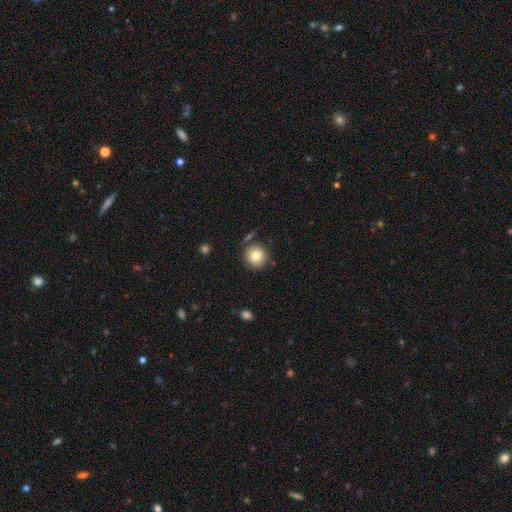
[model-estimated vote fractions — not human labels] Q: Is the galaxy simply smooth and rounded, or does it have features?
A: smooth — 81%.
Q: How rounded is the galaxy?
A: round — 94%.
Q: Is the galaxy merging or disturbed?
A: none — 82%.